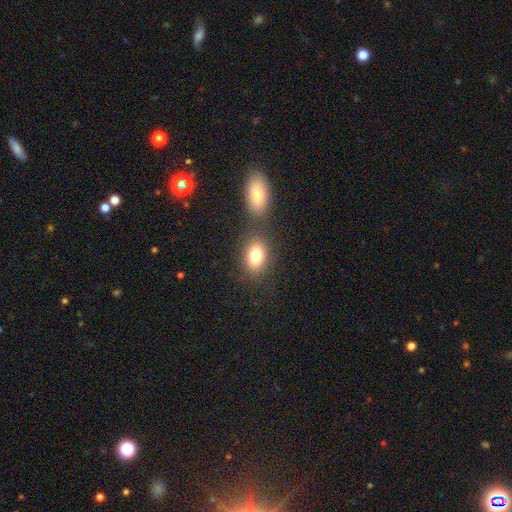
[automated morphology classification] This appears to be a smooth galaxy with no disk features (80%) that is in between round and cigar-shaped (80%). Merging: none (66%).